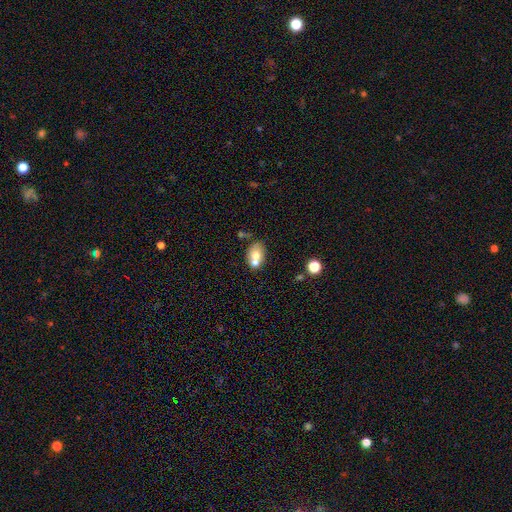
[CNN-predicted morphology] Smooth or featured: smooth — 65% (featured or disk — 25%)
How rounded: in between — 67% (round — 32%)
Merging: merger — 45% (none — 40%)